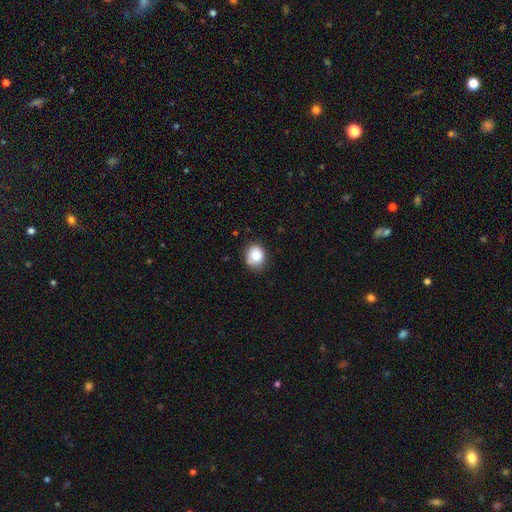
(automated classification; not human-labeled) This appears to be a smooth galaxy with no disk features (83%) that is round (70%). Merging: none (75%).